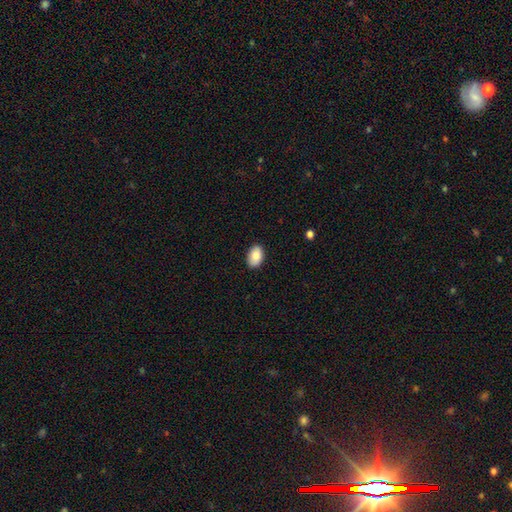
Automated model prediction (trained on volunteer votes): Smooth or featured? smooth (86%)
How rounded? in between (90%)
Merging? none (88%)